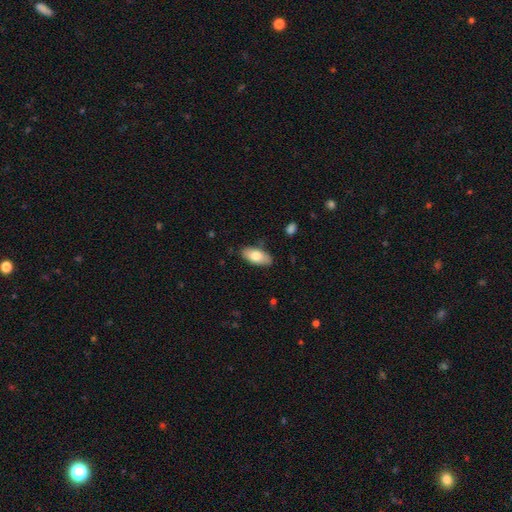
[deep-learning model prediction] smooth_or_featured: smooth (p=0.76) [alt: featured or disk p=0.18]
how_rounded: in between (p=0.90) [alt: cigar-shaped p=0.07]
merging: none (p=0.84) [alt: minor disturbance p=0.12]